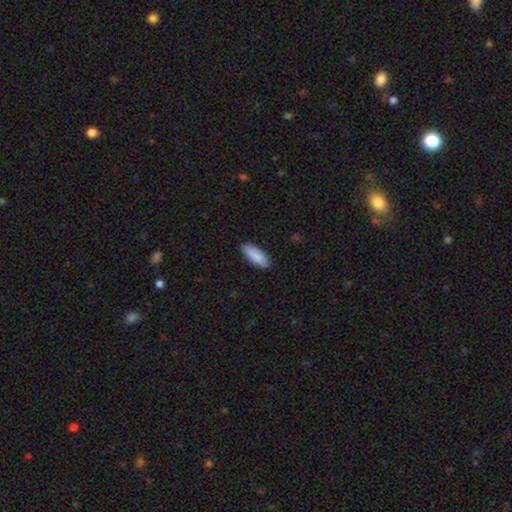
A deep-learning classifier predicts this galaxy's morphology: Smooth or featured?
  - smooth: 88% *
  - featured or disk: 6%
  - star or artifact: 6%
How rounded?
  - in between: 76% *
  - cigar-shaped: 22%
  - round: 2%
Merging?
  - none: 86% *
  - minor disturbance: 11%
  - major disturbance: 2%
  - merger: 1%